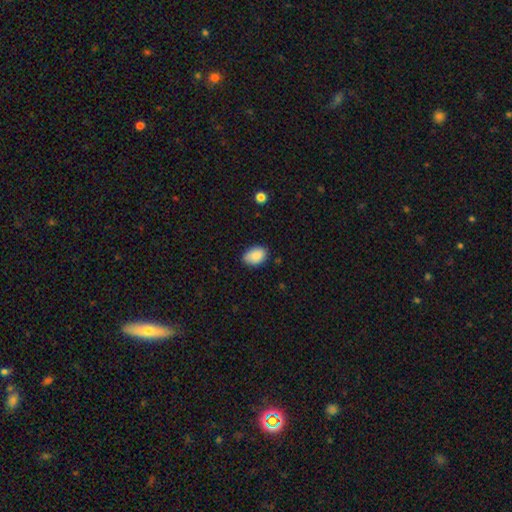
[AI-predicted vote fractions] Overall: smooth (87%). How rounded: in between (84%). Merging: none (76%).